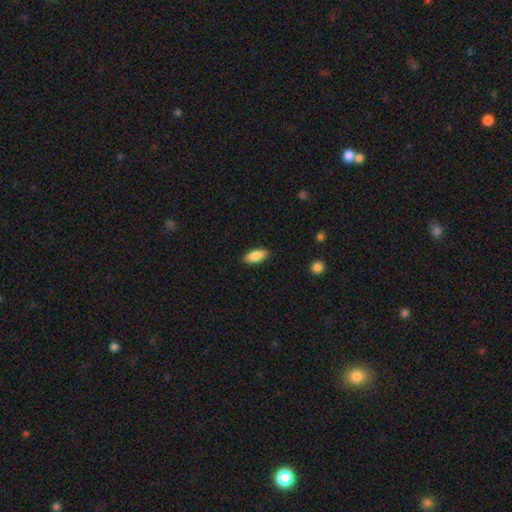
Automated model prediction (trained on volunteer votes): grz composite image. It shows a smooth galaxy with no disk features (87%) that is in between round and cigar-shaped (84%). Merging: none (87%).